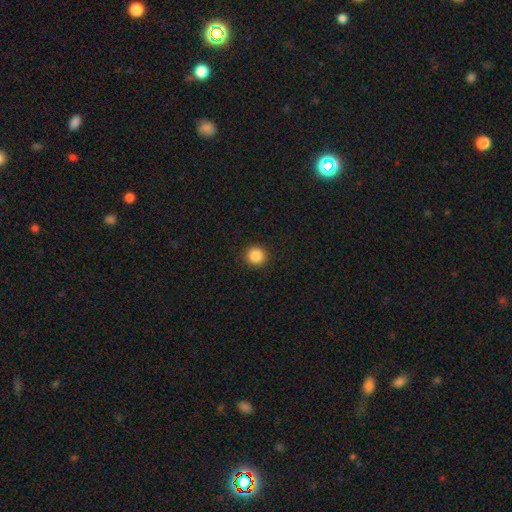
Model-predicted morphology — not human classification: A smooth galaxy with no disk features (87%) that is round (95%).

Vote fractions:
- Smooth or featured? smooth: 87% / star or artifact: 10% / featured or disk: 3%
- How rounded? round: 95% / in between: 4% / cigar-shaped: 1%
- Merging? none: 93% / minor disturbance: 5% / major disturbance: 2% / merger: 1%